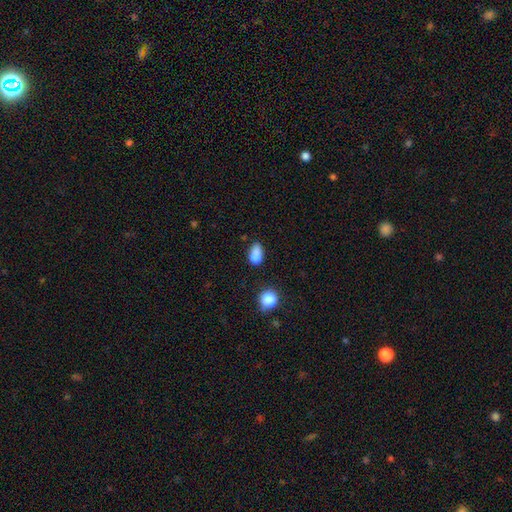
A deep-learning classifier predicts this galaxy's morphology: This is clearly a smooth galaxy (83%). How rounded: clearly in between (81%). Merging: possibly none (52%).